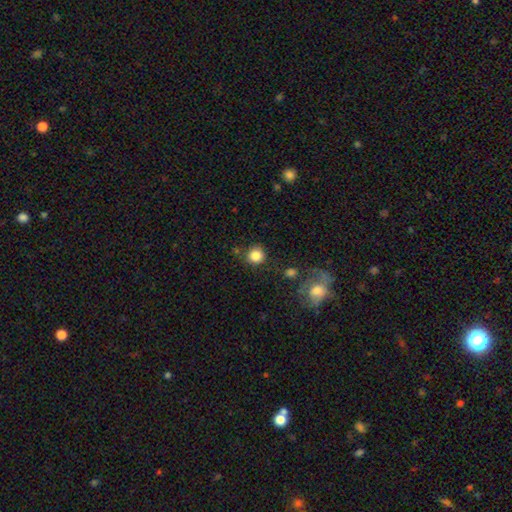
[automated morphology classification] A smooth galaxy with no disk features (85%) that is round (92%).

Vote fractions:
- Smooth or featured? smooth: 85% / star or artifact: 10% / featured or disk: 5%
- How rounded? round: 92% / in between: 7% / cigar-shaped: 1%
- Merging? none: 82% / minor disturbance: 10% / merger: 4% / major disturbance: 4%